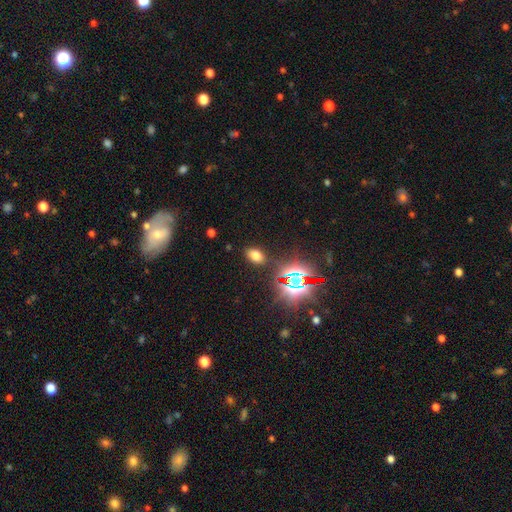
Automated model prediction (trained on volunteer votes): Smooth or featured? Predicted: smooth (p=0.66). How rounded? Predicted: in between (p=0.87). Merging? Predicted: none (p=0.85).